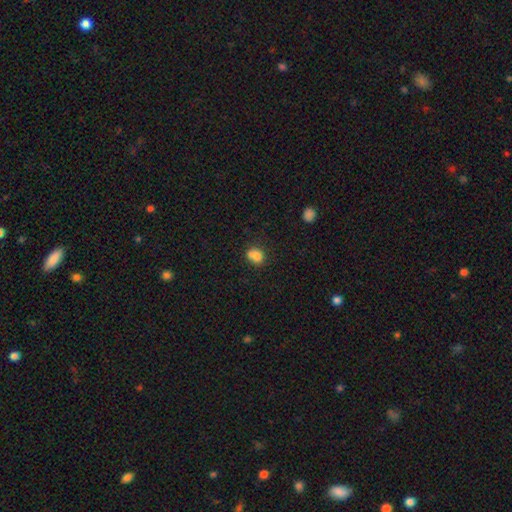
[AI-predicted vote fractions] Smooth or featured?
  - smooth: 77% *
  - featured or disk: 12%
  - star or artifact: 11%
How rounded?
  - round: 59% *
  - in between: 40%
  - cigar-shaped: 1%
Merging?
  - merger: 41% *
  - none: 40%
  - minor disturbance: 14%
  - major disturbance: 5%